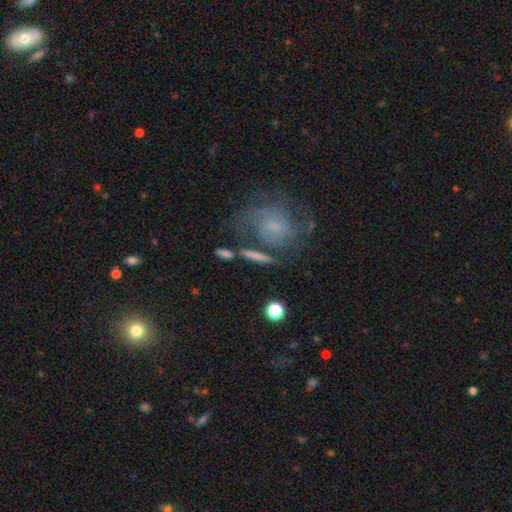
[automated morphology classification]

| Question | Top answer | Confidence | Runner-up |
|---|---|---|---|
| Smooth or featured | featured or disk | 48% | smooth (37%) |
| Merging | none | 58% | minor disturbance (17%) |